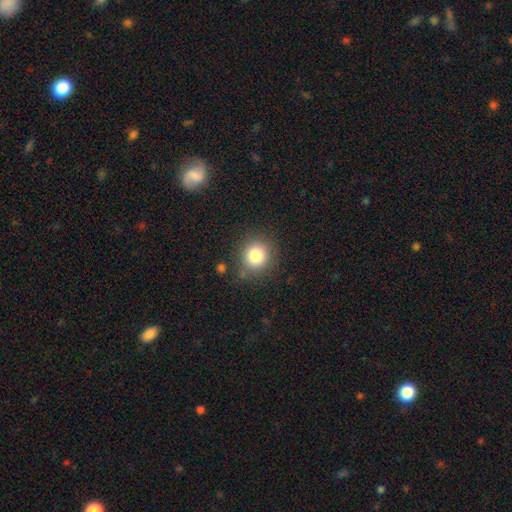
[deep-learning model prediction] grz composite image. It shows a smooth galaxy with no disk features (80%) that is round (87%). Merging: none (82%).